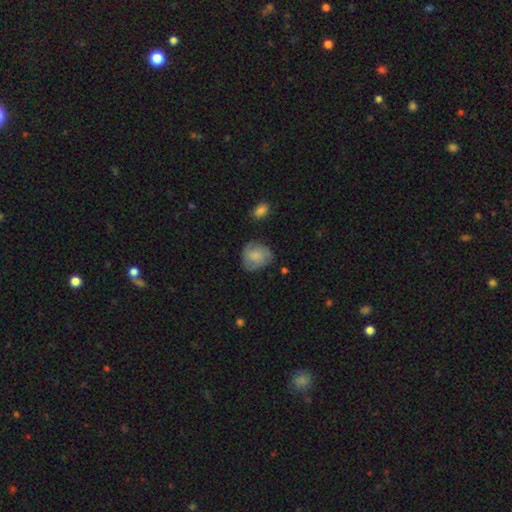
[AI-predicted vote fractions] Smooth or featured: smooth — 61% (featured or disk — 32%)
How rounded: round — 71% (in between — 28%)
Merging: none — 64% (minor disturbance — 26%)